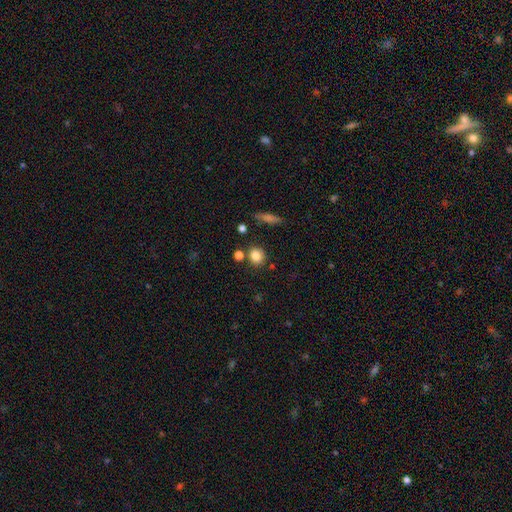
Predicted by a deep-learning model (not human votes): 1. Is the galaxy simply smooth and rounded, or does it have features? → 83% smooth, 10% star or artifact, 6% featured or disk.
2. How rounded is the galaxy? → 76% round, 22% in between, 2% cigar-shaped.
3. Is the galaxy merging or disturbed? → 76% none, 11% minor disturbance, 10% merger, 3% major disturbance.